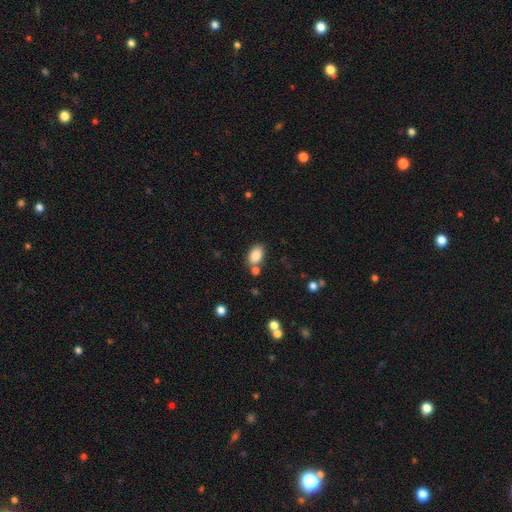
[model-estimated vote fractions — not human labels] This appears to be a smooth galaxy with no disk features (85%) that is in between round and cigar-shaped (91%). Merging: none (70%).